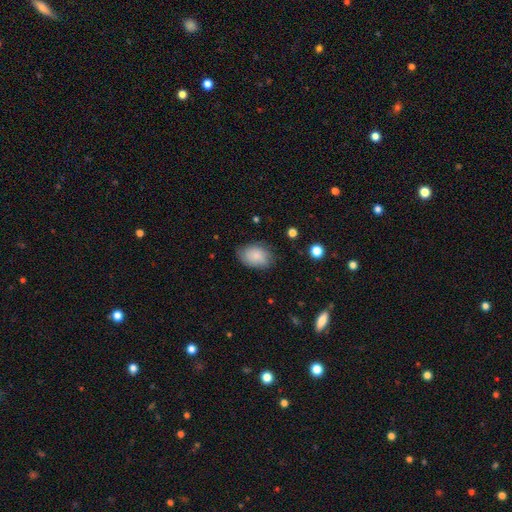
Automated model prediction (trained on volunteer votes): Q: Smooth or featured?
A: smooth (85%); runner-up: featured or disk (8%)
Q: How rounded?
A: in between (83%); runner-up: round (16%)
Q: Merging?
A: none (73%); runner-up: minor disturbance (21%)